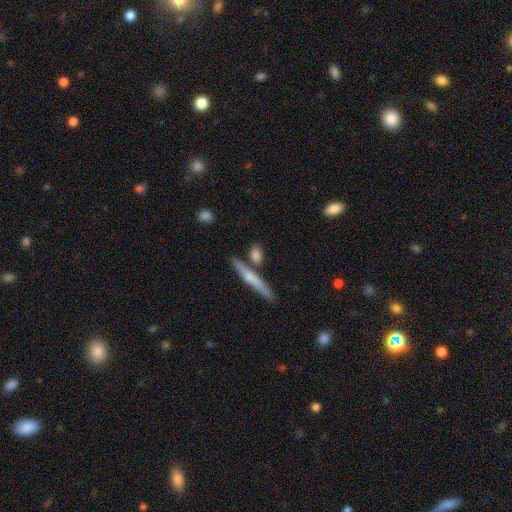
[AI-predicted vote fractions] Q: Smooth or featured?
A: smooth (73%); runner-up: featured or disk (21%)
Q: How rounded?
A: cigar-shaped (41%); runner-up: in between (34%)
Q: Merging?
A: none (70%); runner-up: merger (15%)